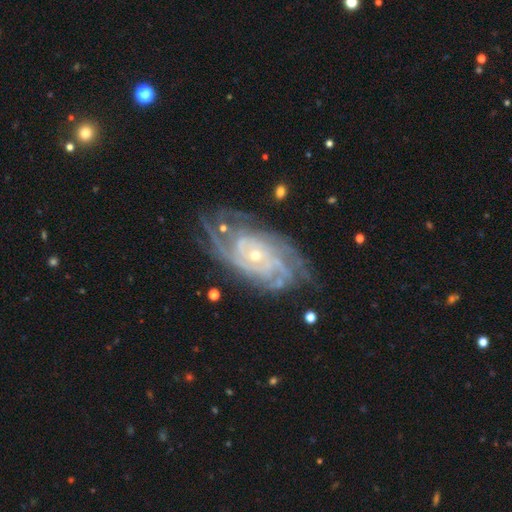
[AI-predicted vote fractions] Smooth or featured?
  - featured or disk: 90% *
  - star or artifact: 5%
  - smooth: 4%
Edge-on disk?
  - no: 95% *
  - yes: 5%
Bar?
  - no: 74% *
  - weak: 20%
  - strong: 7%
Spiral arms?
  - yes: 98% *
  - no: 2%
Spiral winding?
  - tight: 71% *
  - medium: 24%
  - loose: 5%
Spiral arm count?
  - 4: 25% *
  - can't tell: 24%
  - 3: 17%
  - more than 4: 17%
  - 2: 11%
  - 1: 7%
Bulge size?
  - small: 72% *
  - moderate: 24%
  - large: 2%
  - none: 1%
  - dominant: 1%
Merging?
  - none: 69% *
  - minor disturbance: 20%
  - major disturbance: 9%
  - merger: 2%